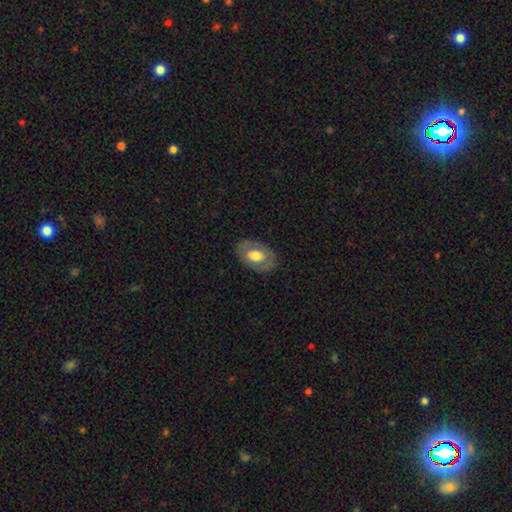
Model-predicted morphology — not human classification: Smooth or featured? Predicted: smooth (p=0.55). How rounded? Predicted: in between (p=0.86). Merging? Predicted: none (p=0.81).